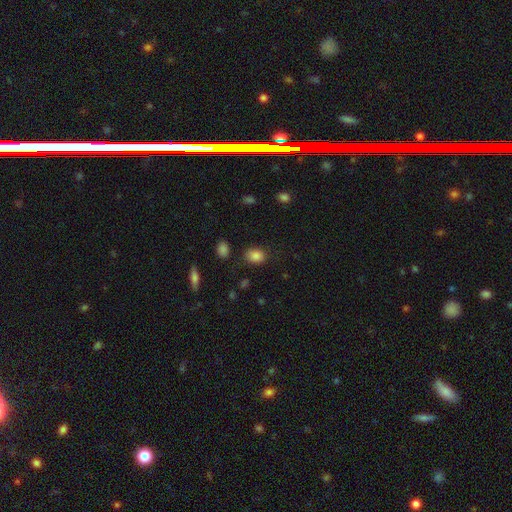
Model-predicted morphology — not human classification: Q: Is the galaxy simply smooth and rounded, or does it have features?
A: smooth — 84%.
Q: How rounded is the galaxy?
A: in between — 63%.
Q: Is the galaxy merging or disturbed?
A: none — 78%.